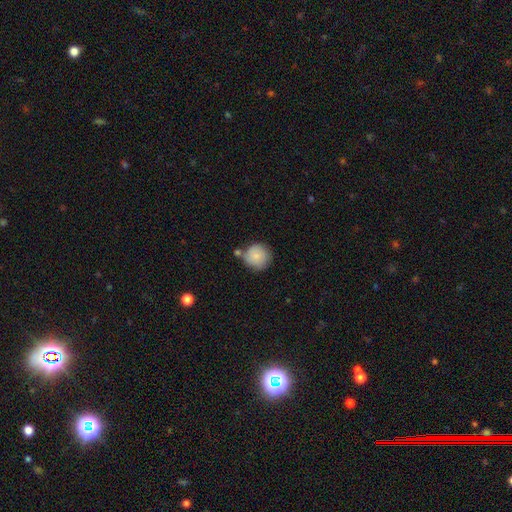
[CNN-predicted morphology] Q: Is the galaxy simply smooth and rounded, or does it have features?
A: smooth — 86%.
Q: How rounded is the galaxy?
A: round — 93%.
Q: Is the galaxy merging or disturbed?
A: none — 66%.